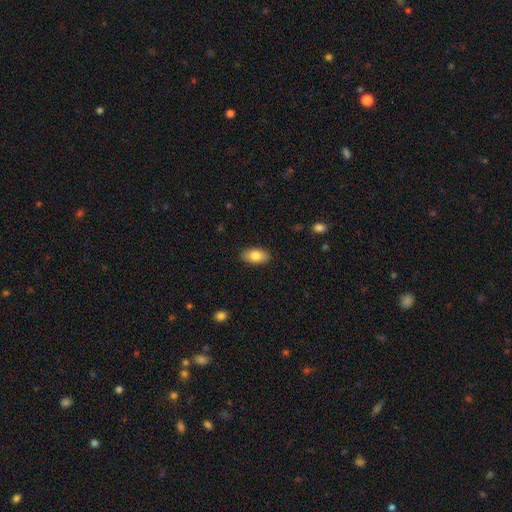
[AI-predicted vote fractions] smooth-or-featured: smooth: 84% | featured or disk: 10% | star or artifact: 7%
  how-rounded: in between: 94% | round: 4% | cigar-shaped: 2%
  merging: none: 88% | minor disturbance: 9% | major disturbance: 2% | merger: 1%